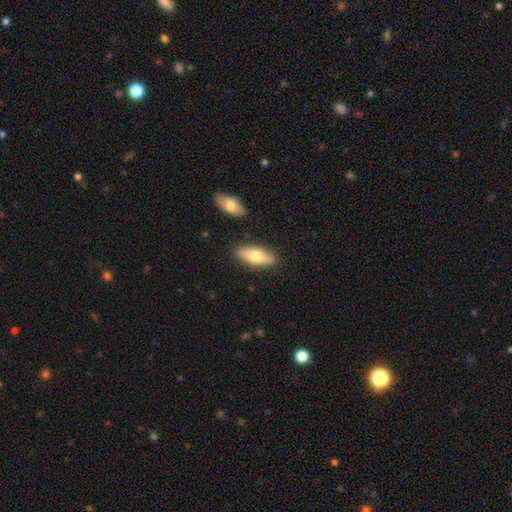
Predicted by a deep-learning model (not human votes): Morphology: type=smooth (65%); roundness=in between (60%); merging=none (84%).